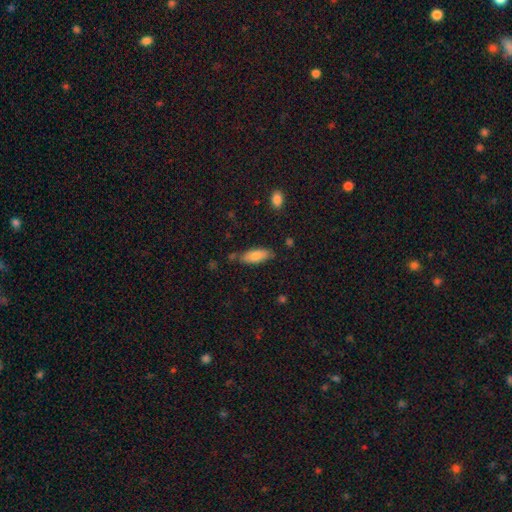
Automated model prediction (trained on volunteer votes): Smooth or featured? smooth (79%)
How rounded? in between (72%)
Merging? none (71%)